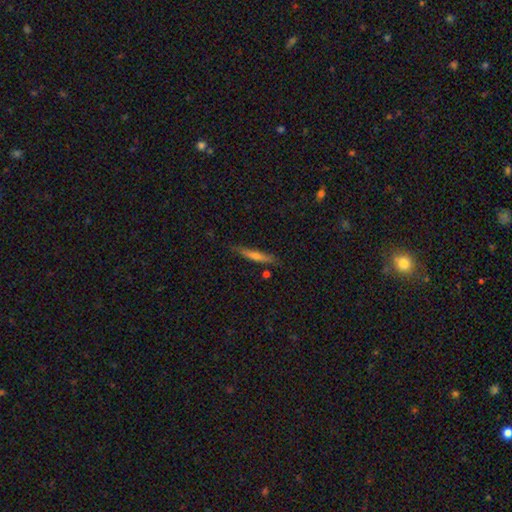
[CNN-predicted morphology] Smooth or featured? featured or disk (47%)
Merging? none (82%)